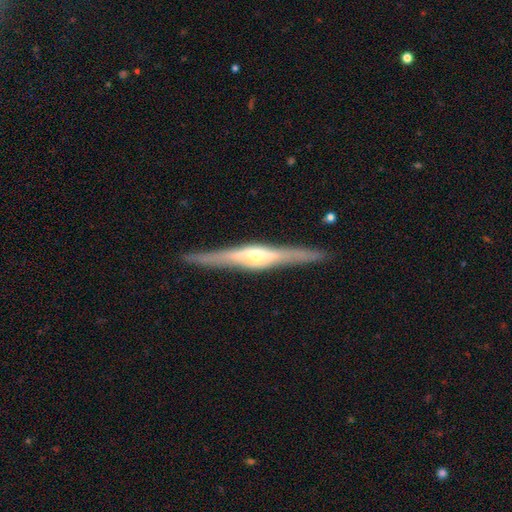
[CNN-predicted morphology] Smooth or featured? Predicted: featured or disk (p=0.82). Edge-on disk? Predicted: yes (p=0.97). Edge-on bulge? Predicted: rounded (p=0.84). Merging? Predicted: none (p=0.89).